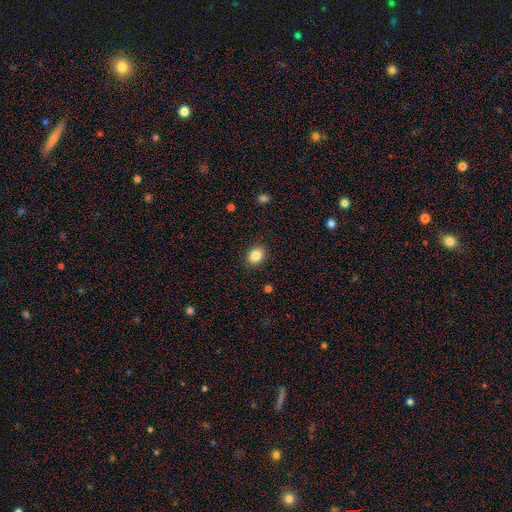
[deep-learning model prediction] Smooth or featured? smooth (86%)
How rounded? in between (58%)
Merging? none (88%)